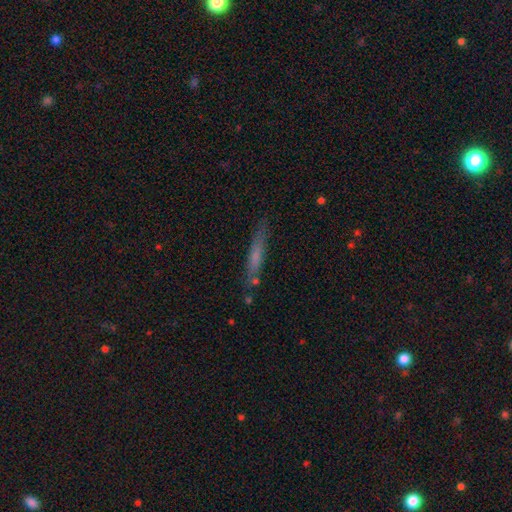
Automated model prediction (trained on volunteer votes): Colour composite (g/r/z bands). It shows a smooth galaxy with no disk features (59%) that is cigar-shaped (91%). Merging: none (75%).